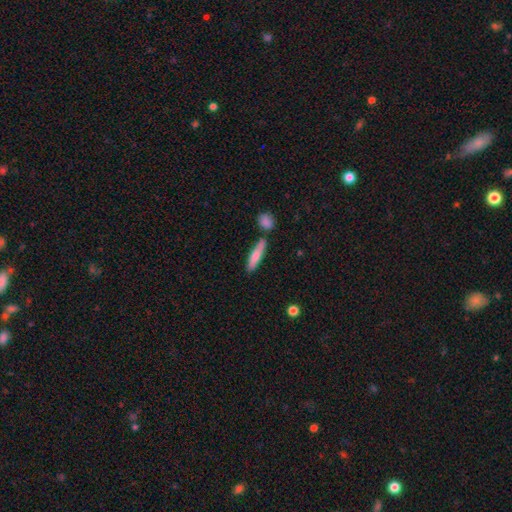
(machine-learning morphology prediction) smooth_or_featured: smooth (p=0.74) [alt: featured or disk p=0.20]
how_rounded: cigar-shaped (p=0.79) [alt: in between p=0.19]
merging: none (p=0.75) [alt: minor disturbance p=0.13]